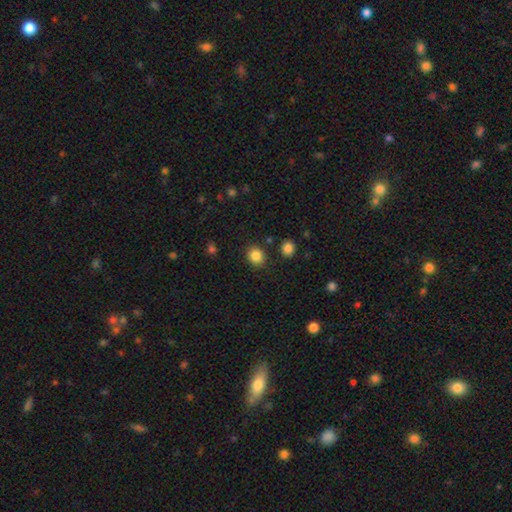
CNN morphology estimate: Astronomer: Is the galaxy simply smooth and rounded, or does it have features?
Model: smooth — 85%.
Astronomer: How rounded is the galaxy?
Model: round — 76%.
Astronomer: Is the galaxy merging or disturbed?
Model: none — 87%.